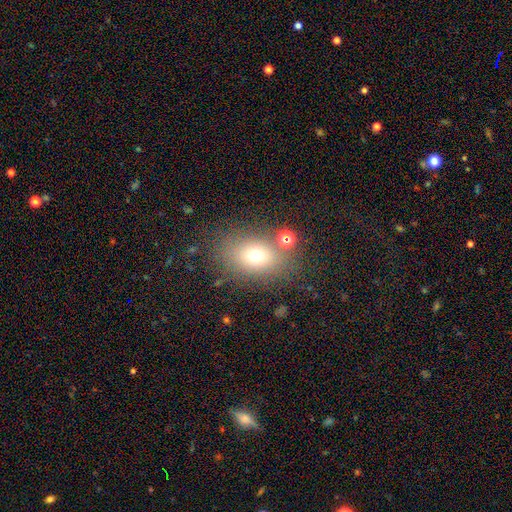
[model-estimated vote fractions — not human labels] This appears to be a smooth galaxy with no disk features (69%) that is in between round and cigar-shaped (67%). Merging: none (74%).